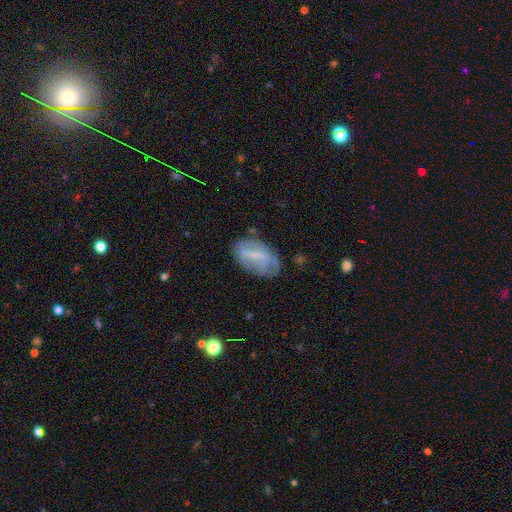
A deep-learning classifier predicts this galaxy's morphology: The model was most divided on "smooth or featured" (2-way tie): smooth: 46%, featured or disk: 46%, star or artifact: 8%. More confident: merging — none (63%).